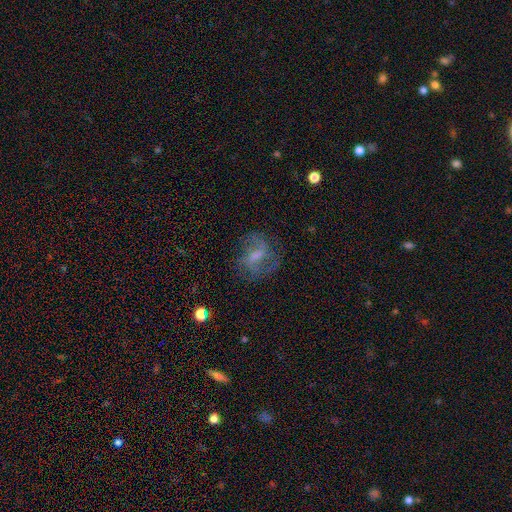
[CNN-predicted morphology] smooth_or_featured: featured or disk (p=0.63) [alt: smooth p=0.24]
disk_edge_on: no (p=0.95) [alt: yes p=0.05]
bar: weak (p=0.50) [alt: no p=0.25]
has_spiral_arms: yes (p=0.79) [alt: no p=0.21]
bulge_size: small (p=0.34) [alt: moderate p=0.33]
merging: none (p=0.63) [alt: minor disturbance p=0.18]